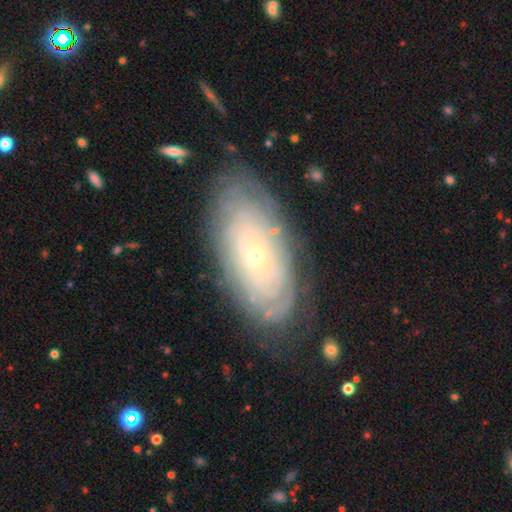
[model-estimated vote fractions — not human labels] Smooth or featured? Predicted: featured or disk (p=0.75). Edge-on disk? Predicted: no (p=0.92). Bar? Predicted: no (p=0.85). Spiral arms? Predicted: yes (p=0.84). Spiral winding? Predicted: tight (p=0.86). Spiral arm count? Predicted: can't tell (p=0.60). Bulge size? Predicted: small (p=0.80). Merging? Predicted: none (p=0.79).